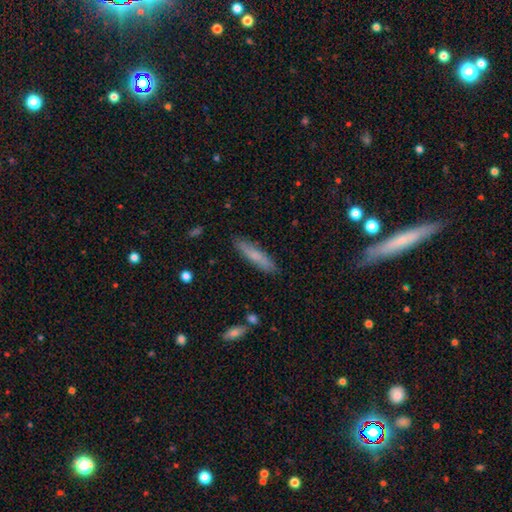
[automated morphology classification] type=smooth (70%); roundness=cigar-shaped (85%); merging=none (86%).